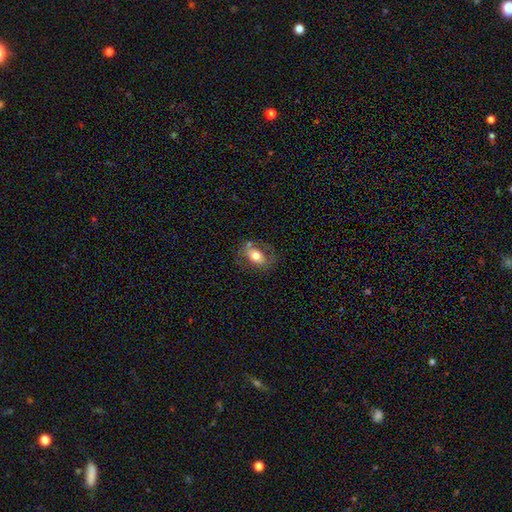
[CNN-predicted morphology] smooth-or-featured: smooth: 62% | featured or disk: 30% | star or artifact: 7%
  how-rounded: in between: 85% | round: 13% | cigar-shaped: 2%
  merging: none: 62% | minor disturbance: 21% | major disturbance: 10% | merger: 6%